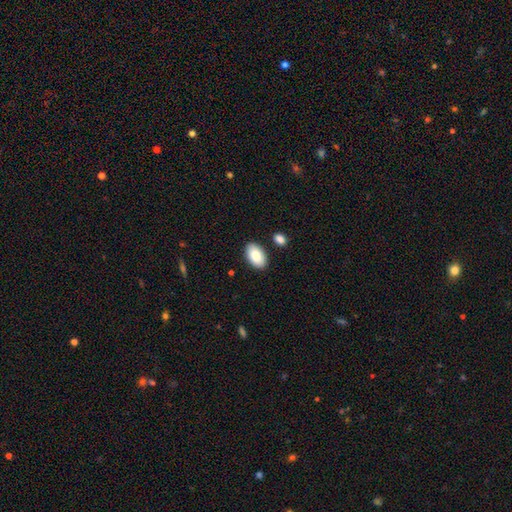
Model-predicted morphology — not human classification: smooth 89%, star or artifact 6%, featured or disk 6%. Down the decision tree: how rounded — in between (95%); merging — none (87%).